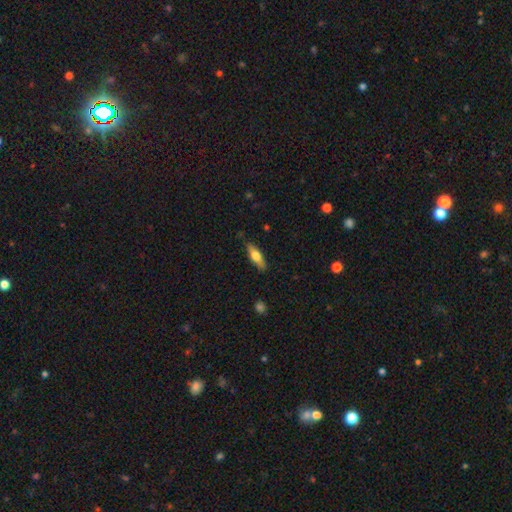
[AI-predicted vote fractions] Smooth or featured: smooth — 62% (featured or disk — 31%)
How rounded: in between — 52% (cigar-shaped — 45%)
Merging: none — 83% (minor disturbance — 13%)